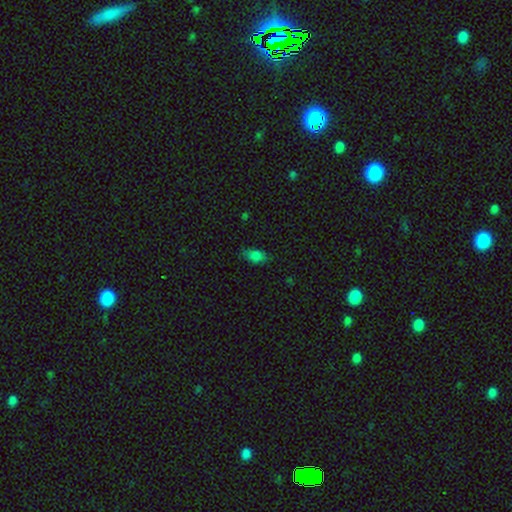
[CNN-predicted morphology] smooth_or_featured: smooth (p=0.80) [alt: star or artifact p=0.13]
how_rounded: in between (p=0.87) [alt: round p=0.10]
merging: none (p=0.66) [alt: minor disturbance p=0.26]